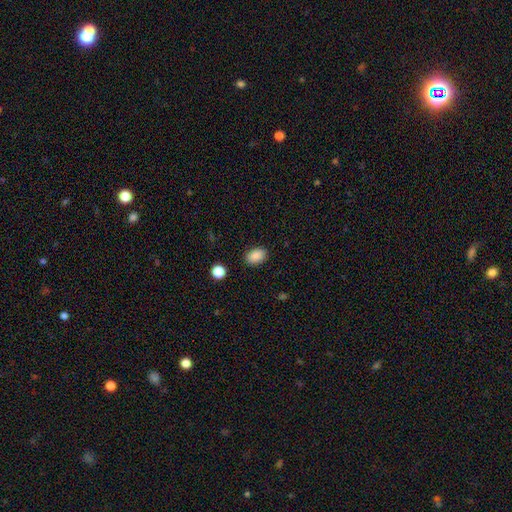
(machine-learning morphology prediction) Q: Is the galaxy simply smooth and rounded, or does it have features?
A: smooth — 88%.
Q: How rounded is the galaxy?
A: in between — 81%.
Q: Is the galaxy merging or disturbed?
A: none — 87%.